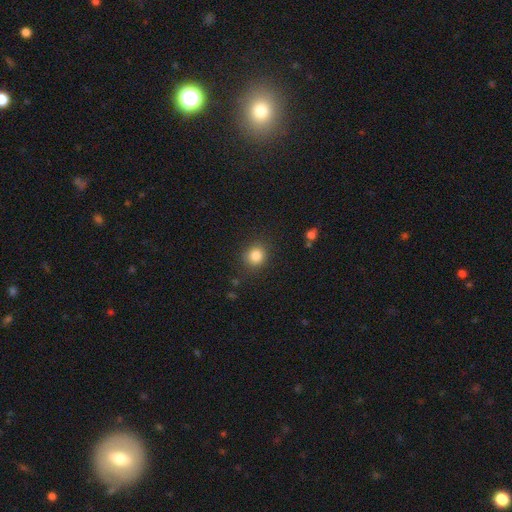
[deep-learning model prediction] A smooth galaxy with no disk features (84%) that is round (82%).

Vote fractions:
- Smooth or featured? smooth: 84% / star or artifact: 11% / featured or disk: 5%
- How rounded? round: 82% / in between: 17% / cigar-shaped: 1%
- Merging? none: 86% / minor disturbance: 9% / major disturbance: 3% / merger: 1%